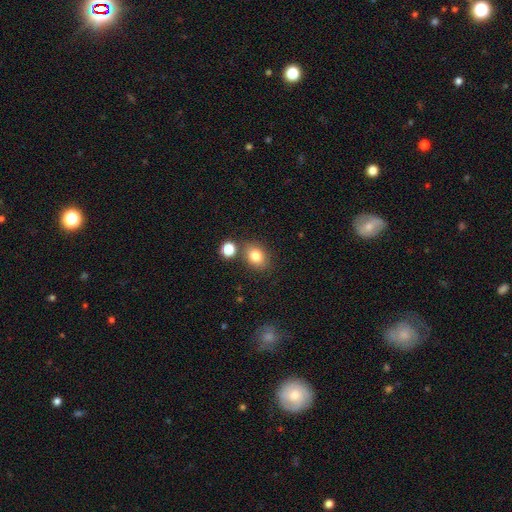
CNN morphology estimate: This is clearly a smooth galaxy (81%). How rounded: possibly round (51%). Merging: likely none (73%).